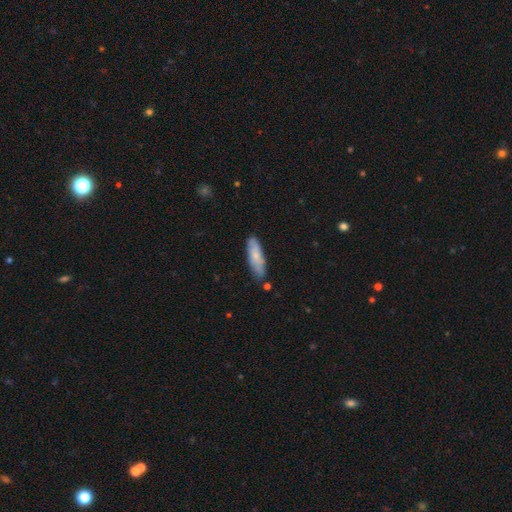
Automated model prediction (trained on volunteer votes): smooth 71%, featured or disk 23%, star or artifact 6%. Down the decision tree: how rounded — cigar-shaped (56%); merging — none (74%).